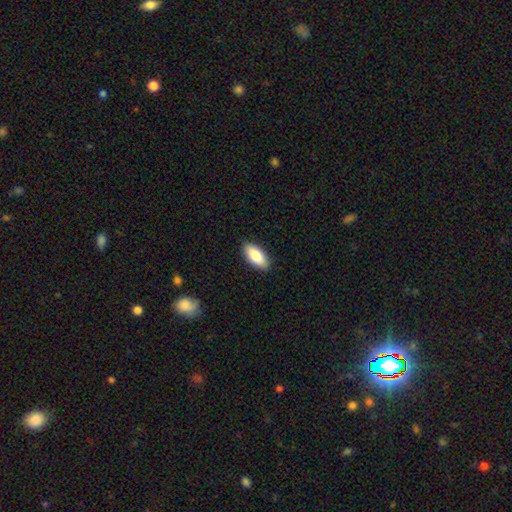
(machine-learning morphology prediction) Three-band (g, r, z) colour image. It shows a smooth galaxy with no disk features (84%) that is in between round and cigar-shaped (87%). Merging: none (89%).